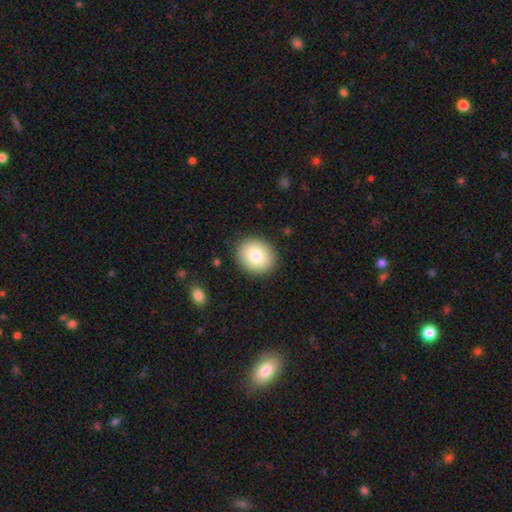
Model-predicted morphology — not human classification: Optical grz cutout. It shows a smooth galaxy with no disk features (82%) that is round (67%). Merging: none (89%).